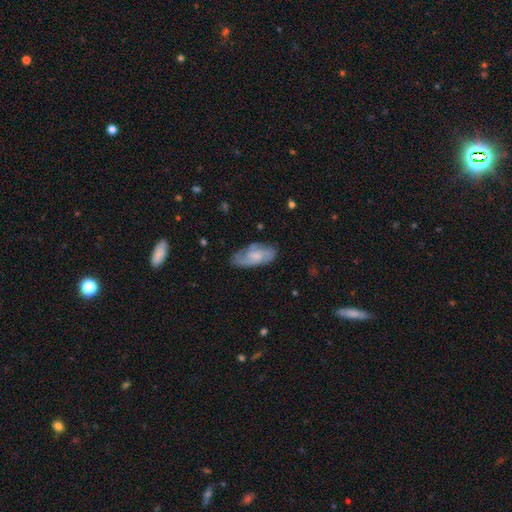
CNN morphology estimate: A featured or disk galaxy (57%) with no bar (68%), spiral arms (87%) and a small central bulge (39%). Merging: none (68%).